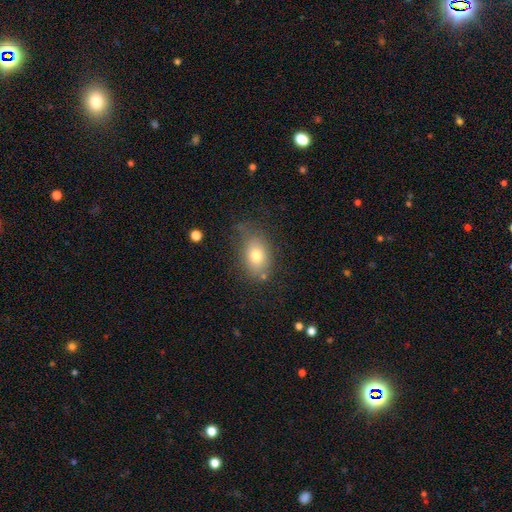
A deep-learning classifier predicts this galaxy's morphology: Smooth or featured: smooth — 74% (featured or disk — 15%)
How rounded: in between — 80% (round — 19%)
Merging: none — 64% (minor disturbance — 24%)